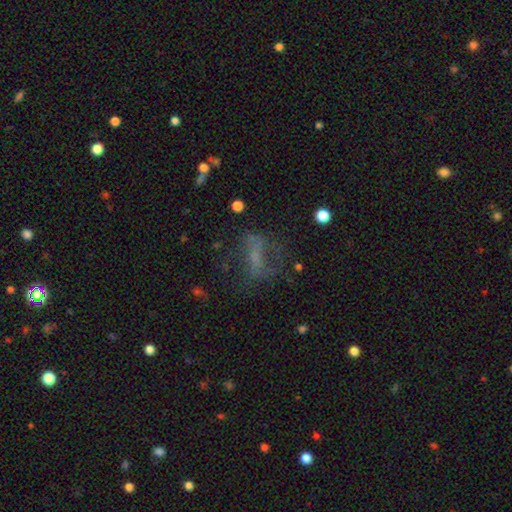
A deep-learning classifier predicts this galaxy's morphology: smooth_or_featured: featured or disk (p=0.41) [alt: smooth p=0.35]
merging: none (p=0.47) [alt: major disturbance p=0.30]